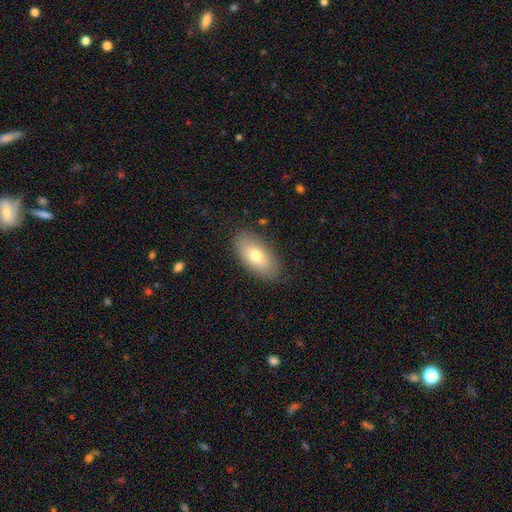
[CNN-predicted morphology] type=smooth (70%); roundness=in between (90%); merging=none (85%).